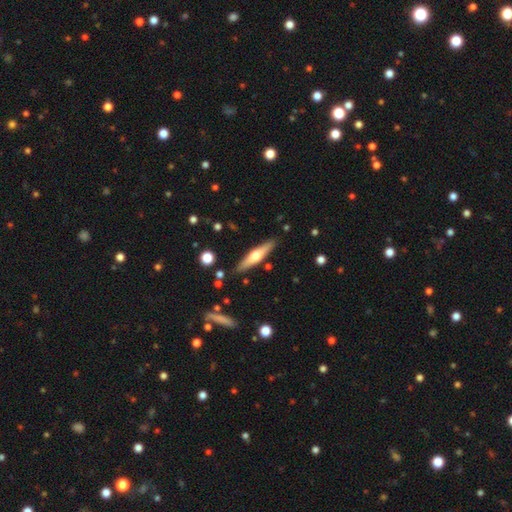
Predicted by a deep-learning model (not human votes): Smooth or featured? featured or disk (58%)
Edge-on disk? yes (94%)
Edge-on bulge? rounded (92%)
Merging? none (87%)